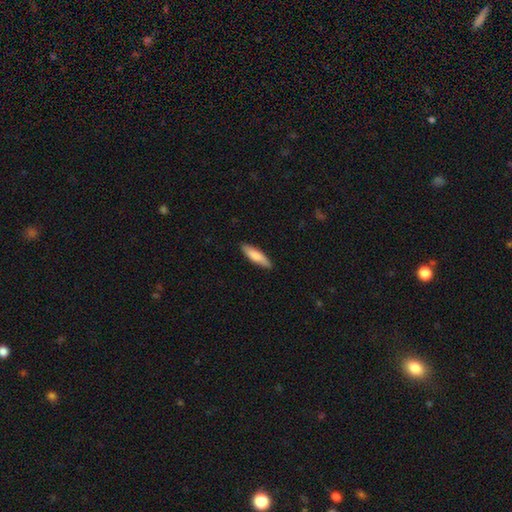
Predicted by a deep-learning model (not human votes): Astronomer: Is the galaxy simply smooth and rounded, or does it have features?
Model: smooth — 81%.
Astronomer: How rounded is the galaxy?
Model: cigar-shaped — 69%.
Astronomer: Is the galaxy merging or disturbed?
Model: none — 89%.